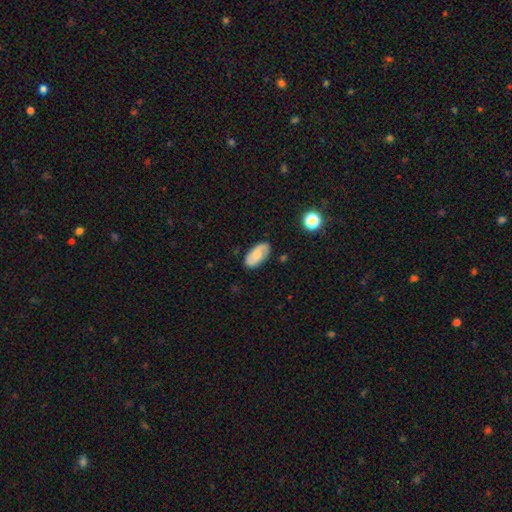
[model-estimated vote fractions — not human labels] Smooth or featured? smooth (53%)
How rounded? in between (93%)
Merging? none (80%)